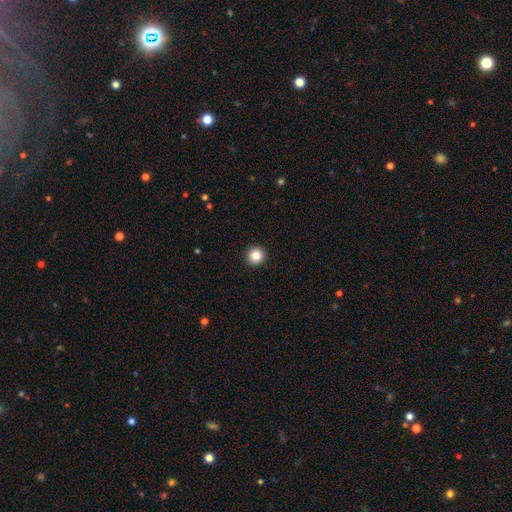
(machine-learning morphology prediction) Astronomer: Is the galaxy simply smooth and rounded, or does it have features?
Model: smooth — 85%.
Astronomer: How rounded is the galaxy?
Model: round — 96%.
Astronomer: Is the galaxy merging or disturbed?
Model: none — 94%.